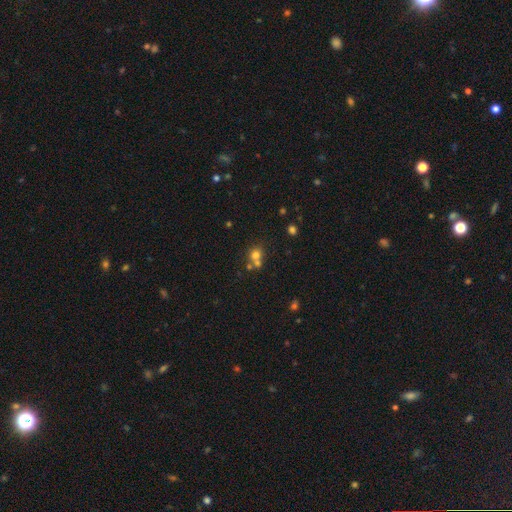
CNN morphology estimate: Smooth or featured: smooth — 70% (star or artifact — 17%)
How rounded: round — 82% (in between — 17%)
Merging: merger — 45% (none — 44%)